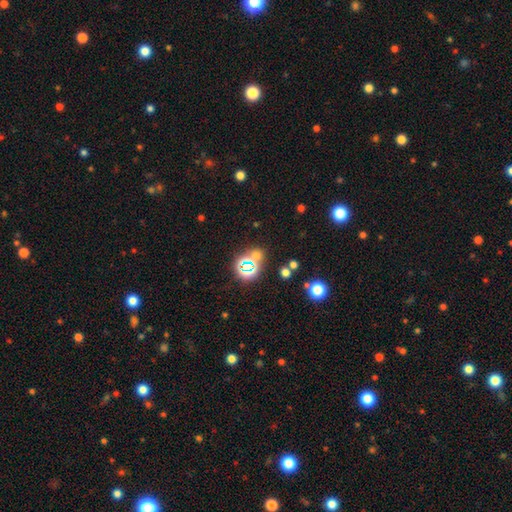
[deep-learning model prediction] Smooth or featured?
  - star or artifact: 53% *
  - smooth: 38%
  - featured or disk: 9%